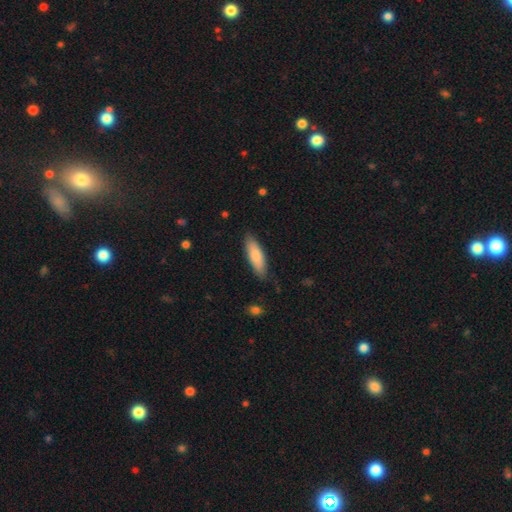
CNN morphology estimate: smooth 83%, featured or disk 12%, star or artifact 5%. Down the decision tree: how rounded — in between (50%); merging — none (83%).